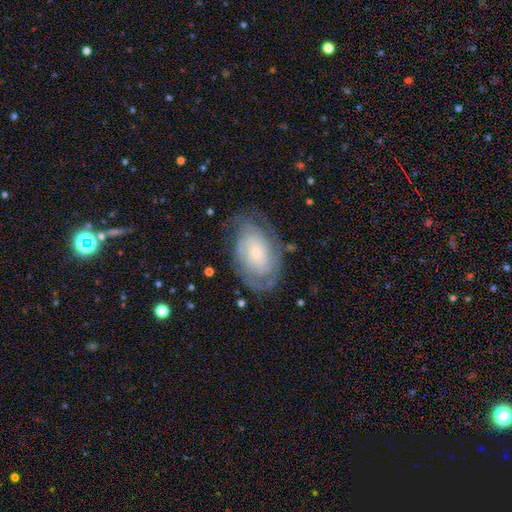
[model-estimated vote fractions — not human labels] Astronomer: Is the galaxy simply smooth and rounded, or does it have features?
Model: featured or disk — 72%.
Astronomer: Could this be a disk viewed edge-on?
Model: no — 96%.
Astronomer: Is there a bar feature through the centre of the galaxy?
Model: no — 73%.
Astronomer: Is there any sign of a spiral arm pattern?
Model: yes — 90%.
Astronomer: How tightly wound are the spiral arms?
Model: tight — 71%.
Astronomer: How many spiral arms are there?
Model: can't tell — 46% (runner-up: 2, 29%).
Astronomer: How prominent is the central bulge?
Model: small — 65%.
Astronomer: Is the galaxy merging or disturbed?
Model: none — 74%.